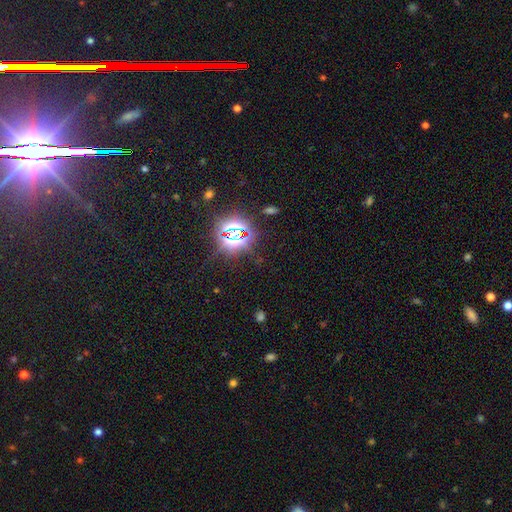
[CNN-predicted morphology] type=star or artifact (79%).